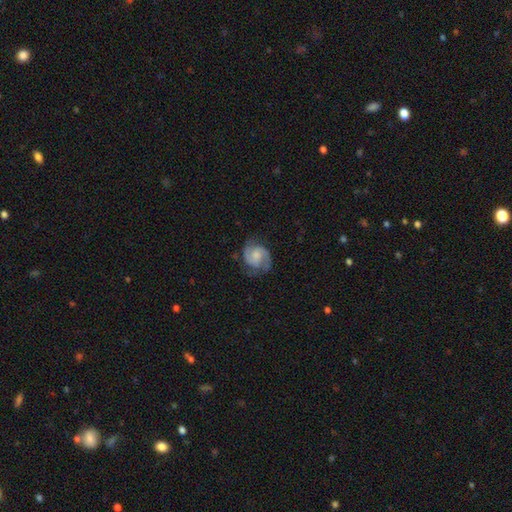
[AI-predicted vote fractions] Smooth or featured?
  - featured or disk: 83% *
  - smooth: 11%
  - star or artifact: 5%
Edge-on disk?
  - no: 98% *
  - yes: 2%
Bar?
  - no: 48% *
  - weak: 44%
  - strong: 8%
Spiral arms?
  - yes: 97% *
  - no: 3%
Spiral winding?
  - medium: 54% *
  - tight: 30%
  - loose: 16%
Spiral arm count?
  - 2: 91% *
  - can't tell: 3%
  - 3: 2%
  - 1: 2%
  - 4: 1%
  - more than 4: 1%
Bulge size?
  - moderate: 40% *
  - small: 32%
  - none: 20%
  - large: 7%
  - dominant: 1%
Merging?
  - none: 76% *
  - minor disturbance: 17%
  - major disturbance: 6%
  - merger: 1%